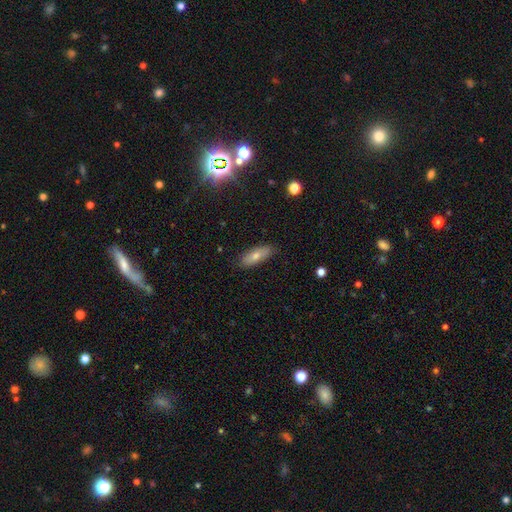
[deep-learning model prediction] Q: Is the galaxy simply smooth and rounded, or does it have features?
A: smooth — 60%.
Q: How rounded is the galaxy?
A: in between — 59%.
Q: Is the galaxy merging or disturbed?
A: none — 86%.